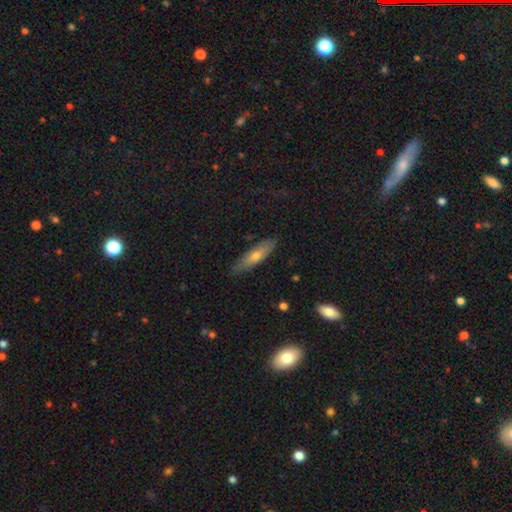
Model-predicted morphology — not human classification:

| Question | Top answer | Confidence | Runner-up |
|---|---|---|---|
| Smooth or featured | smooth | 59% | featured or disk (34%) |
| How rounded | cigar-shaped | 69% | in between (29%) |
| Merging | none | 82% | minor disturbance (14%) |